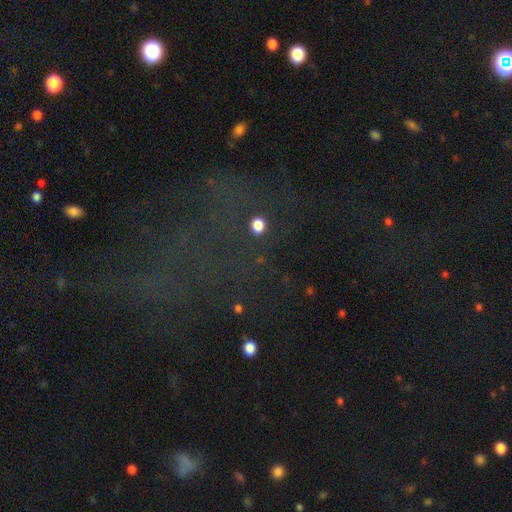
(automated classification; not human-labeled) smooth_or_featured: star or artifact (p=0.59) [alt: featured or disk p=0.21]